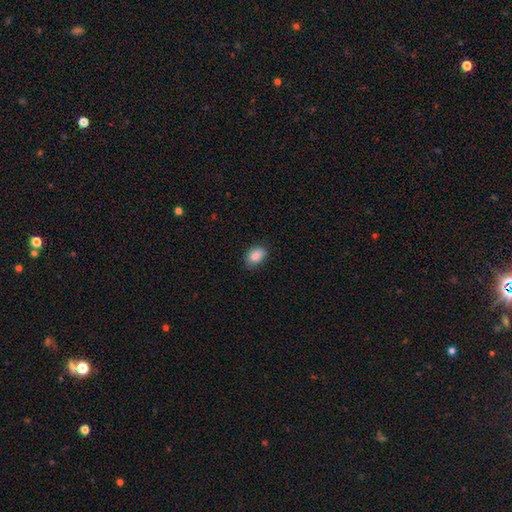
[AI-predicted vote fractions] Morphology: type=smooth (88%); roundness=in between (85%); merging=none (81%).